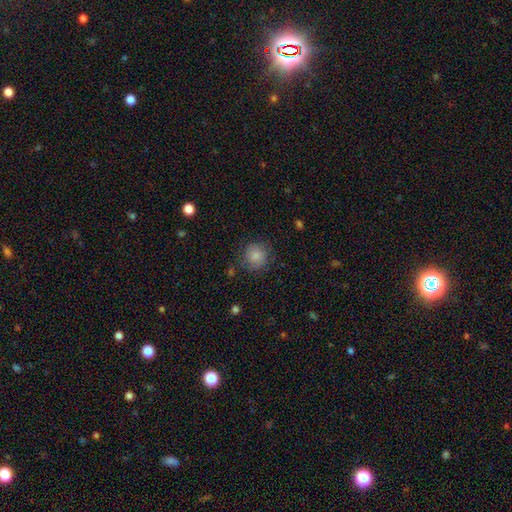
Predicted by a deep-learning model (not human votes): smooth_or_featured: smooth (p=0.84) [alt: star or artifact p=0.08]
how_rounded: round (p=0.90) [alt: in between p=0.09]
merging: none (p=0.79) [alt: minor disturbance p=0.14]